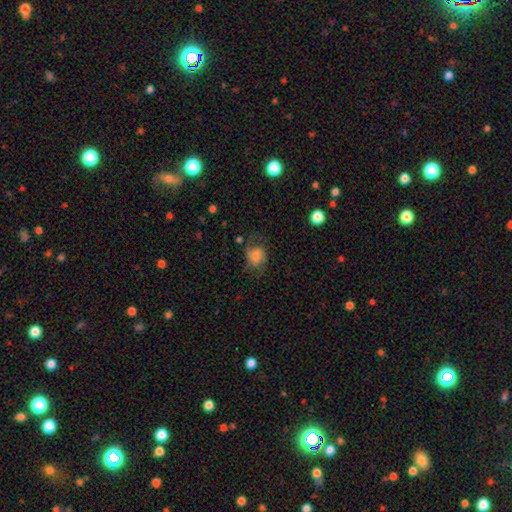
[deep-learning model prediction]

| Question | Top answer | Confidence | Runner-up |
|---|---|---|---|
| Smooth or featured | smooth | 51% | featured or disk (39%) |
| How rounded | in between | 51% | round (48%) |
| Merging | none | 48% | minor disturbance (25%) |